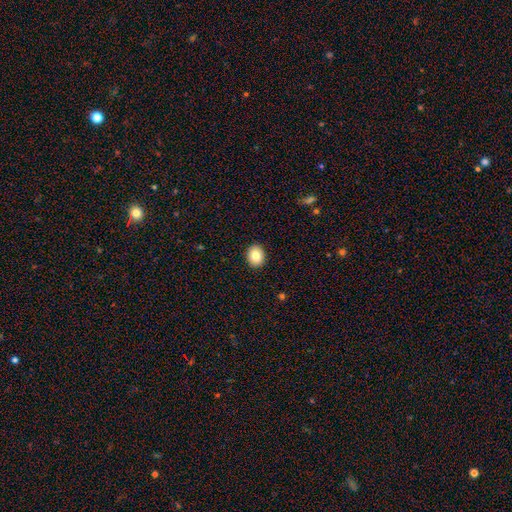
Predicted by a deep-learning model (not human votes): Smooth or featured? smooth (83%)
How rounded? round (54%)
Merging? none (92%)